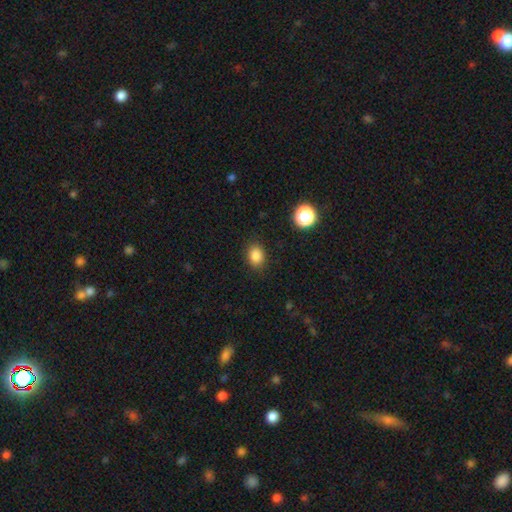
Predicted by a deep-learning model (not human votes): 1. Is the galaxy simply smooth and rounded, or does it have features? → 84% smooth, 11% star or artifact, 4% featured or disk.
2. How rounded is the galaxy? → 59% in between, 40% round, 1% cigar-shaped.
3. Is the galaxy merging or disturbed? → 86% none, 10% minor disturbance, 3% major disturbance, 1% merger.